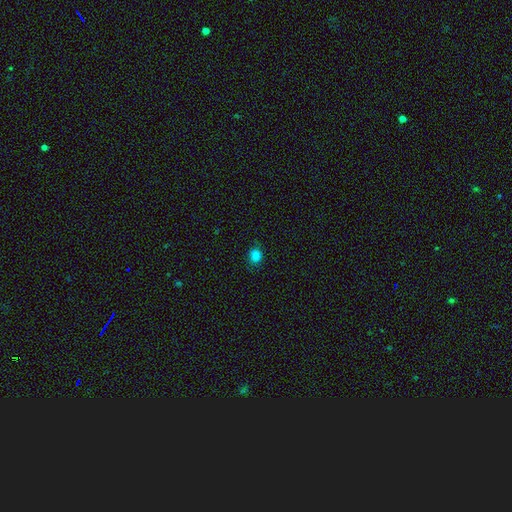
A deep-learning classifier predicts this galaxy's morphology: type=smooth (83%); roundness=round (70%); merging=none (82%).